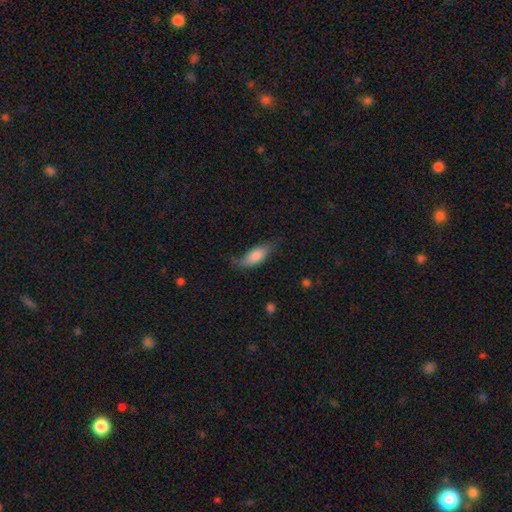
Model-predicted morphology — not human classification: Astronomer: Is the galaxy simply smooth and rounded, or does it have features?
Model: smooth — 79%.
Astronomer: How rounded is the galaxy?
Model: in between — 79%.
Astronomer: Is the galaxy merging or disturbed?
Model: none — 58%.